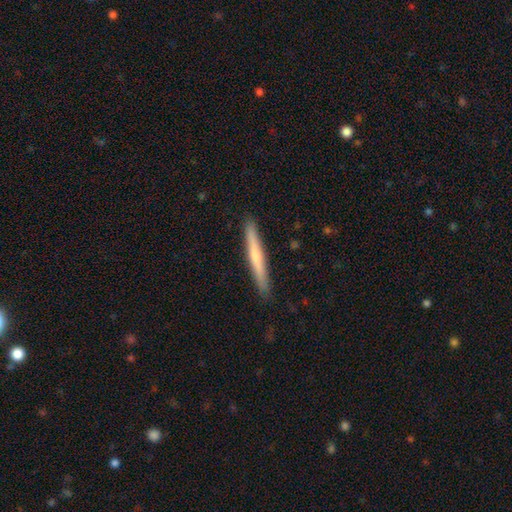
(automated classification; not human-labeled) Smooth or featured?
  - smooth: 56% *
  - featured or disk: 38%
  - star or artifact: 6%
How rounded?
  - cigar-shaped: 97% *
  - in between: 2%
  - round: 1%
Merging?
  - none: 91% *
  - minor disturbance: 7%
  - major disturbance: 1%
  - merger: 1%